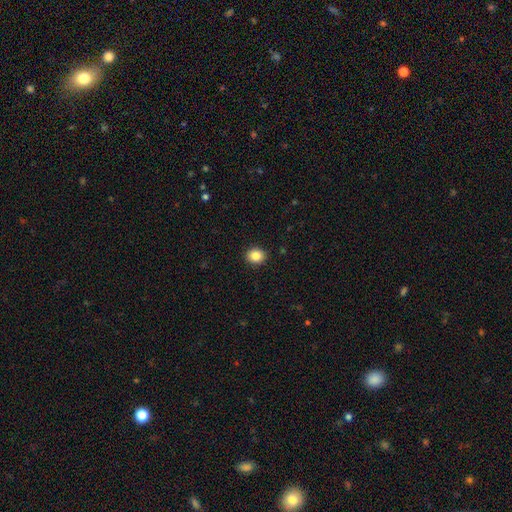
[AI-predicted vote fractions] The model was most divided on "how rounded": round: 69%, in between: 30%, cigar-shaped: 1%. More confident: merging — none (91%); smooth or featured — smooth (85%).